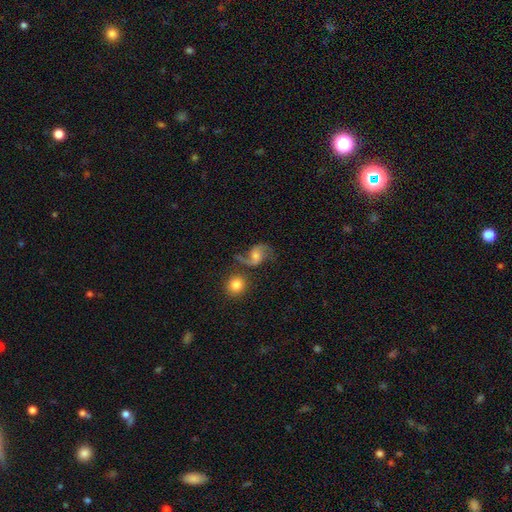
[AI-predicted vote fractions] A featured or disk galaxy (75%) with no bar (51%), 2 (90%) loose (70%) spiral arms (94%) and a moderate central bulge (41%).

Vote fractions:
- Smooth or featured? featured or disk: 75% / smooth: 16% / star or artifact: 8%
- Edge-on disk? no: 98% / yes: 2%
- Bar? no: 51% / weak: 40% / strong: 10%
- Spiral arms? yes: 94% / no: 6%
- Spiral winding? loose: 70% / medium: 25% / tight: 5%
- Spiral arm count? 2: 90% / 1: 5% / can't tell: 2% / 3: 1% / 4: 1% / more than 4: 1%
- Bulge size? moderate: 41% / small: 34% / none: 13% / large: 10% / dominant: 2%
- Merging? none: 55% / minor disturbance: 18% / major disturbance: 16% / merger: 11%